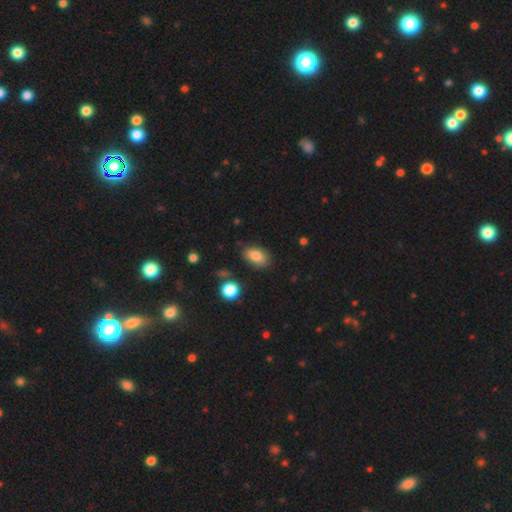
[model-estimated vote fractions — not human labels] Smooth or featured? Predicted: smooth (p=0.82). How rounded? Predicted: in between (p=0.90). Merging? Predicted: none (p=0.82).